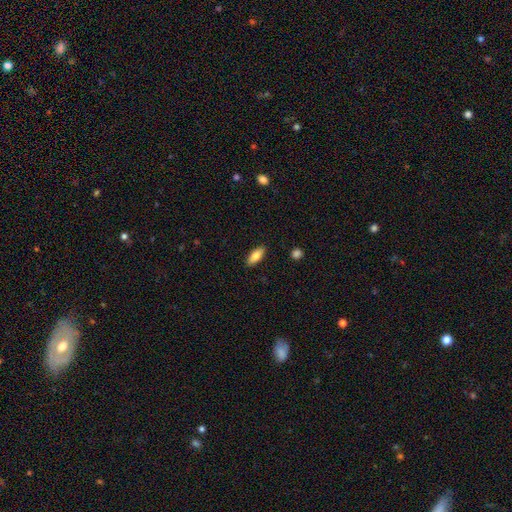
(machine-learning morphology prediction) A smooth galaxy with no disk features (79%) that is in between round and cigar-shaped (79%).

Vote fractions:
- Smooth or featured? smooth: 79% / featured or disk: 15% / star or artifact: 6%
- How rounded? in between: 79% / cigar-shaped: 18% / round: 2%
- Merging? none: 89% / minor disturbance: 8% / major disturbance: 2% / merger: 1%